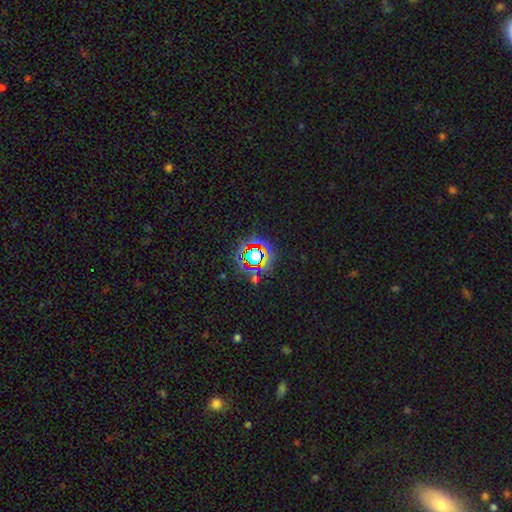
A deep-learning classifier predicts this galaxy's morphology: Smooth or featured? Predicted: star or artifact (p=0.62).